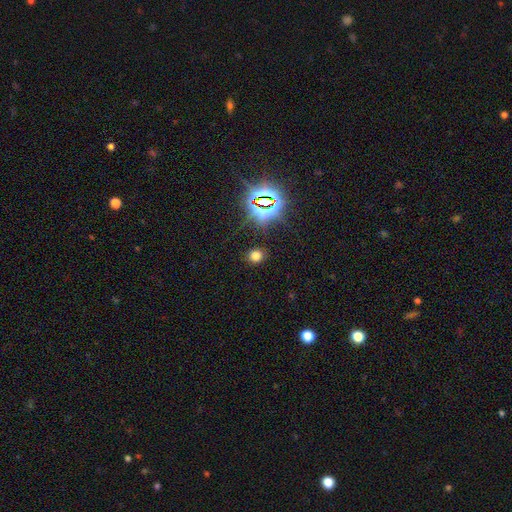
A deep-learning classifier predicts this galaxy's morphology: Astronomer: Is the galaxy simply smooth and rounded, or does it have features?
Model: smooth — 67%.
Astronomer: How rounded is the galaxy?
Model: round — 74%.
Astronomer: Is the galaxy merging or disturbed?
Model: none — 87%.